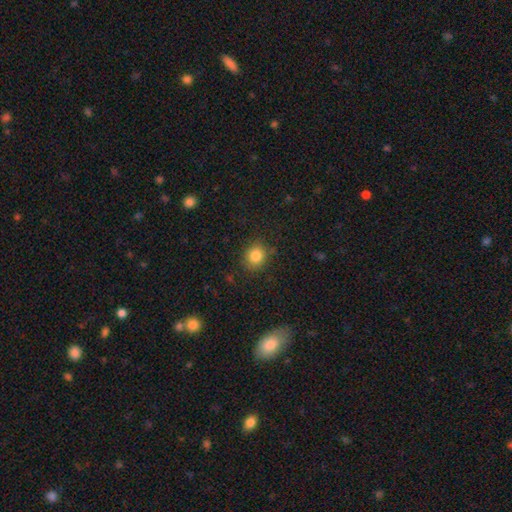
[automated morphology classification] A smooth galaxy with no disk features (83%) that is round (75%). Merging: none (85%).